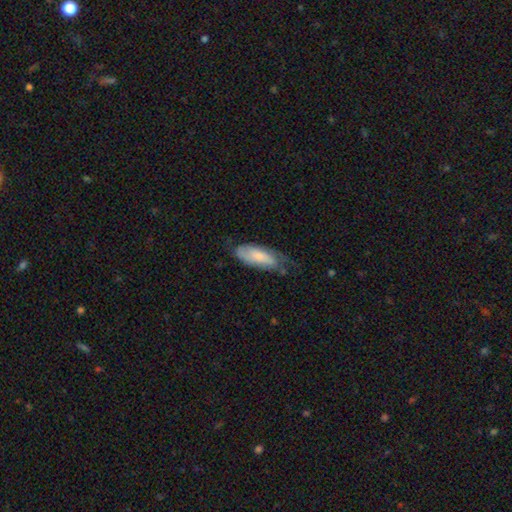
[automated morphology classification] Smooth or featured: smooth — 64% (featured or disk — 30%)
How rounded: in between — 72% (cigar-shaped — 26%)
Merging: none — 46% (minor disturbance — 36%)